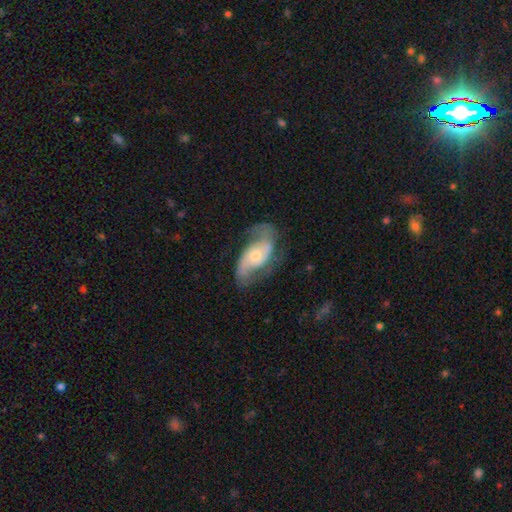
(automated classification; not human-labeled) The model was most divided on "bulge size": small: 49%, moderate: 44%, large: 4%, none: 2%, dominant: 1%. Remaining: edge-on disk — no (96%); spiral arms — yes (94%); spiral arm count — 2 (87%); smooth or featured — featured or disk (81%); merging — none (66%); bar — no (63%); spiral winding — medium (45%).